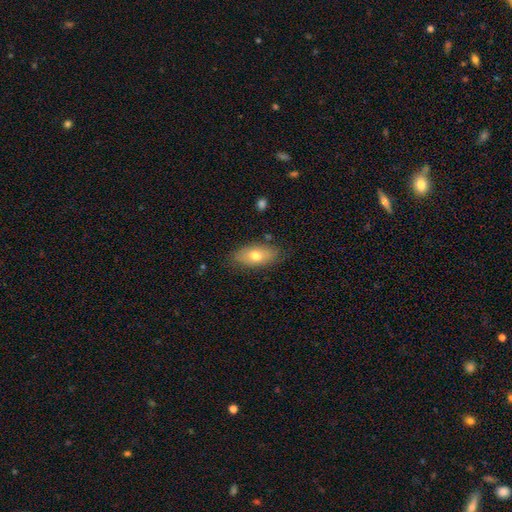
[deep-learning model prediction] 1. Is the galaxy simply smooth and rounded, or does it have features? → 69% smooth, 24% featured or disk, 7% star or artifact.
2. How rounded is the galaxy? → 88% in between, 7% cigar-shaped, 5% round.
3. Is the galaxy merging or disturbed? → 80% none, 15% minor disturbance, 3% major disturbance, 2% merger.